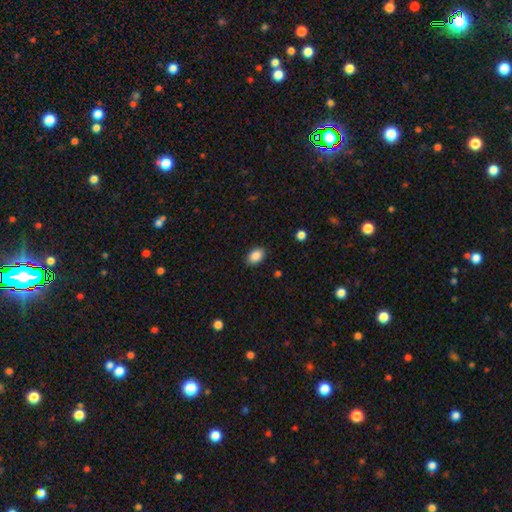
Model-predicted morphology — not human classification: A smooth galaxy with no disk features (88%) that is in between round and cigar-shaped (84%).

Vote fractions:
- Smooth or featured? smooth: 88% / star or artifact: 8% / featured or disk: 4%
- How rounded? in between: 84% / round: 15% / cigar-shaped: 1%
- Merging? none: 87% / minor disturbance: 10% / major disturbance: 2% / merger: 1%